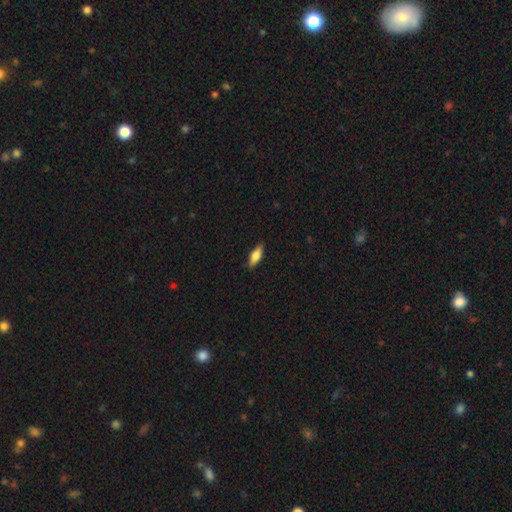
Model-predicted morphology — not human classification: Q: Smooth or featured?
A: smooth (77%); runner-up: featured or disk (17%)
Q: How rounded?
A: in between (66%); runner-up: cigar-shaped (32%)
Q: Merging?
A: none (86%); runner-up: minor disturbance (11%)